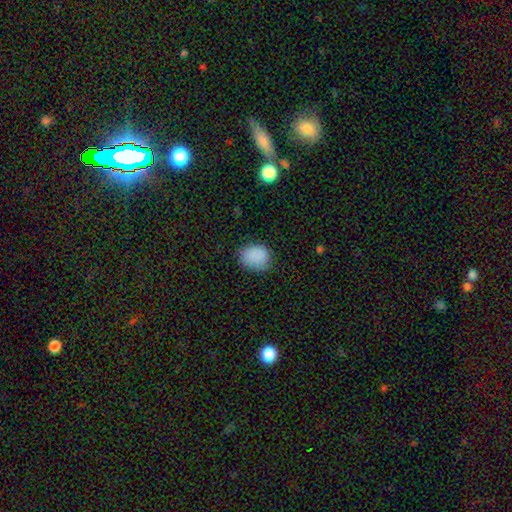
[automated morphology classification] Overall: smooth (87%). How rounded: round (53%; in between 46%). Merging: none (75%).